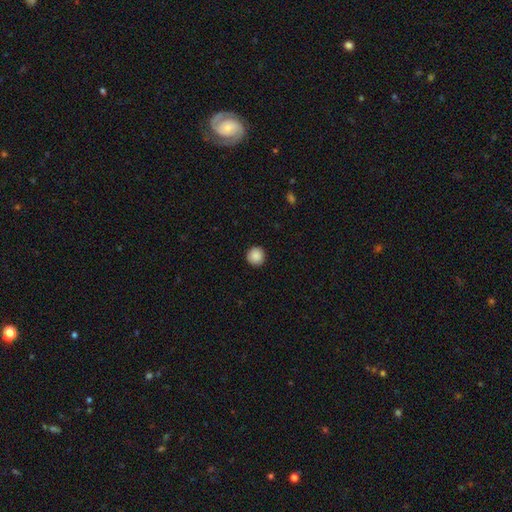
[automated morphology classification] type=smooth (89%); roundness=round (95%); merging=none (93%).